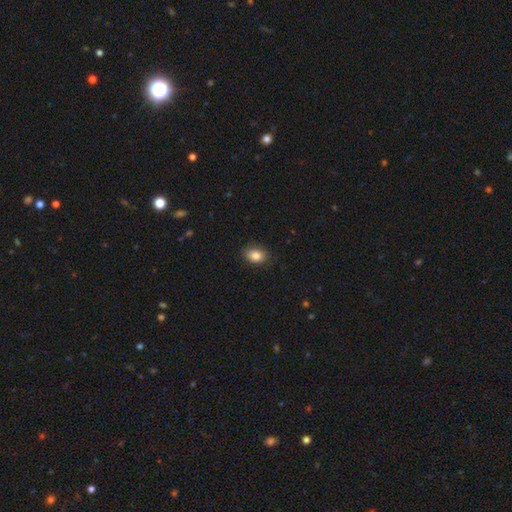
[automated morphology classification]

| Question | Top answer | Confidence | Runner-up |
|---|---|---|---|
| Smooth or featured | smooth | 86% | star or artifact (8%) |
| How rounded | in between | 74% | round (25%) |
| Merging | none | 86% | minor disturbance (11%) |